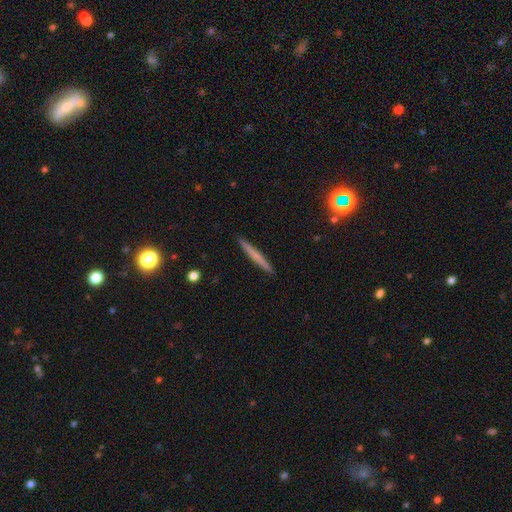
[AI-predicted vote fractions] Smooth or featured?
  - smooth: 57% *
  - featured or disk: 35%
  - star or artifact: 7%
How rounded?
  - cigar-shaped: 96% *
  - in between: 2%
  - round: 2%
Merging?
  - none: 92% *
  - minor disturbance: 5%
  - major disturbance: 1%
  - merger: 1%